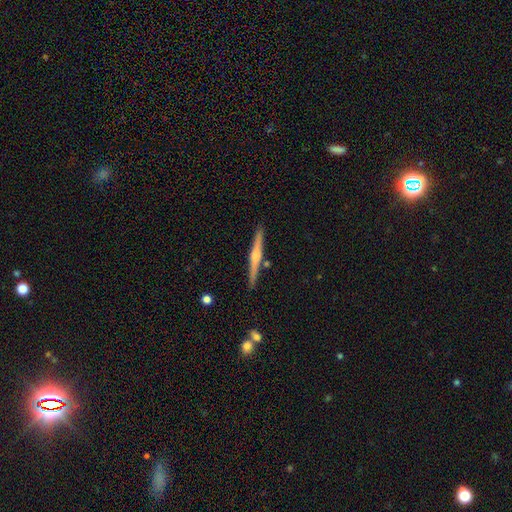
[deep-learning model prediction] Overall: featured or disk (69%). Edge-on disk: yes (98%). Edge-on bulge: rounded (82%). Merging: none (88%).